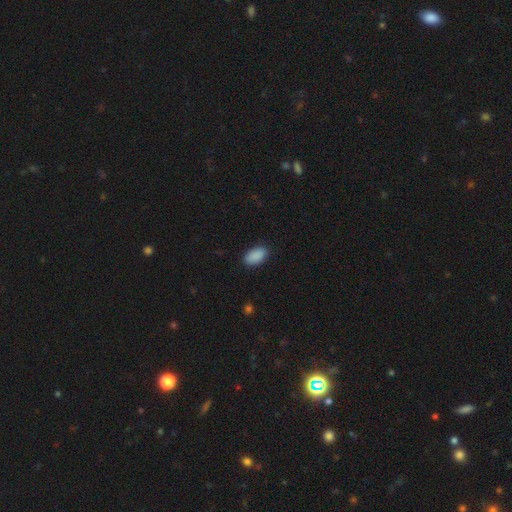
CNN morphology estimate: smooth-or-featured: smooth: 90% | star or artifact: 7% | featured or disk: 3%
  how-rounded: in between: 94% | round: 4% | cigar-shaped: 2%
  merging: none: 86% | minor disturbance: 11% | major disturbance: 2% | merger: 1%